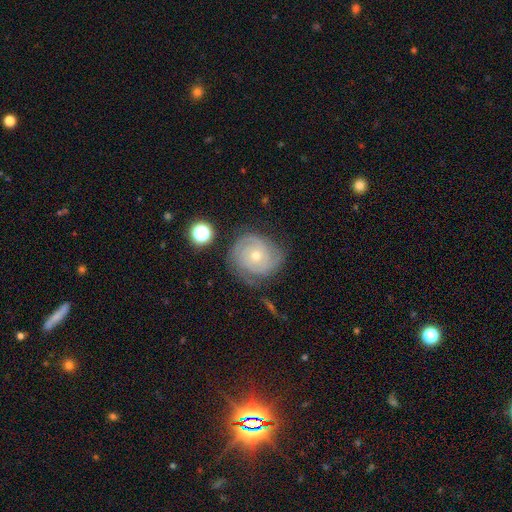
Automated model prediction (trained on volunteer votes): This is clearly a featured or disk galaxy (81%). It is clearly not viewed edge-on (97%). Bar: likely no (79%). Spiral arm pattern: clearly yes (95%). Spiral arm count: marginally 2 (36%). Spiral winding: likely tight (75%). Central bulge: possibly small (53%). Merging: likely none (73%).